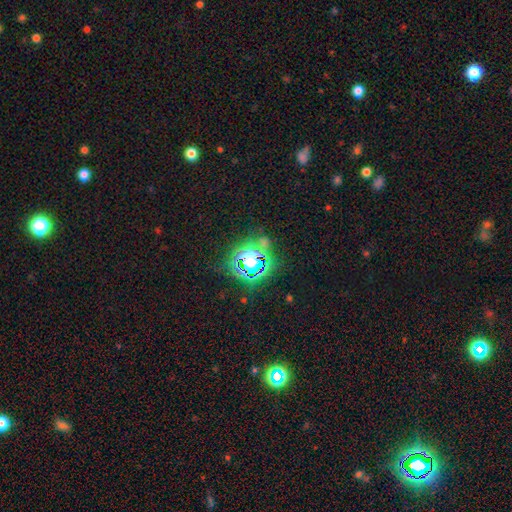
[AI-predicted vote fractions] The model was most divided on "smooth or featured": star or artifact: 79%, smooth: 14%, featured or disk: 7%.